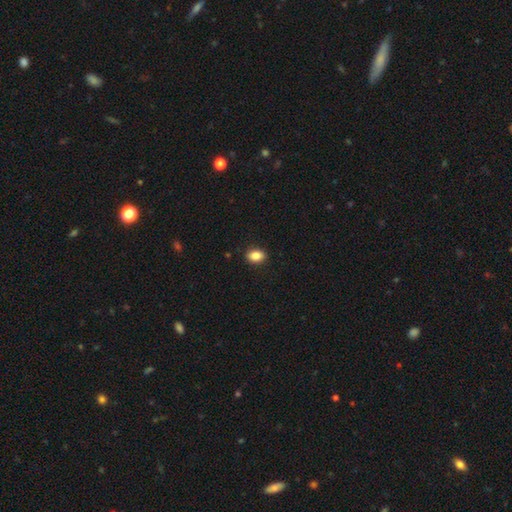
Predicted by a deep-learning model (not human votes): Smooth or featured? Predicted: smooth (p=0.87). How rounded? Predicted: in between (p=0.80). Merging? Predicted: none (p=0.90).